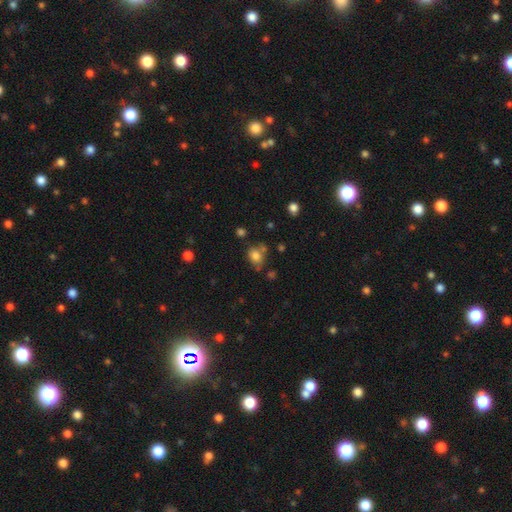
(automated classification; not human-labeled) Smooth or featured: smooth — 78% (star or artifact — 13%)
How rounded: in between — 56% (round — 42%)
Merging: none — 59% (minor disturbance — 20%)